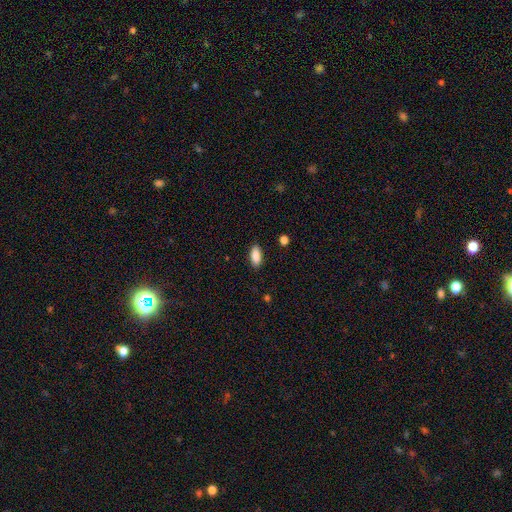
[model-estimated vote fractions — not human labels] Smooth or featured? Predicted: smooth (p=0.88). How rounded? Predicted: in between (p=0.86). Merging? Predicted: none (p=0.88).